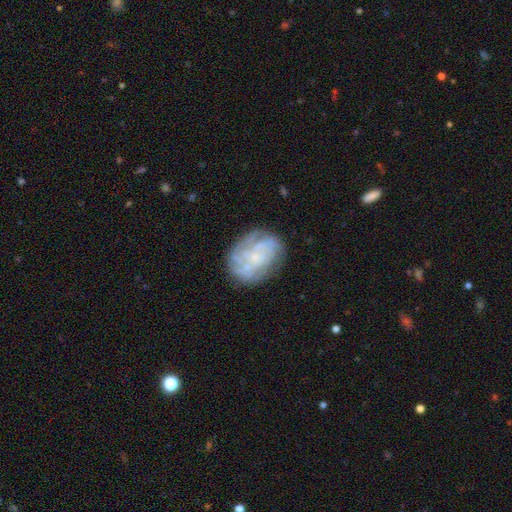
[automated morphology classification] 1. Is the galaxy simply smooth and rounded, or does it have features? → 70% featured or disk, 21% smooth, 9% star or artifact.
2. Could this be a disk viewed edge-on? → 97% no, 3% yes.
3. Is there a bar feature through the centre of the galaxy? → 74% no, 22% weak, 5% strong.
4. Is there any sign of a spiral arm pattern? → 81% yes, 19% no.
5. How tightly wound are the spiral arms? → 55% tight, 31% medium, 14% loose.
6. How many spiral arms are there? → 46% can't tell, 16% 4, 13% 3, 10% 2, 9% more than 4, 6% 1.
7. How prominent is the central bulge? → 61% small, 24% none, 12% moderate, 2% large, 1% dominant.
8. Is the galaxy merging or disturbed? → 68% none, 19% minor disturbance, 10% major disturbance, 2% merger.